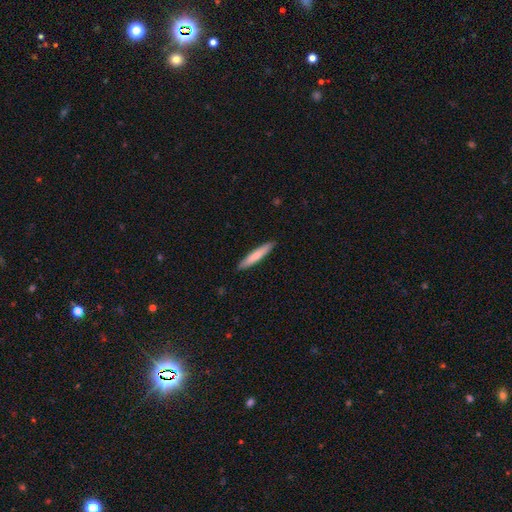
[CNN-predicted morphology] Smooth or featured: smooth — 75% (featured or disk — 21%)
How rounded: cigar-shaped — 93% (in between — 6%)
Merging: none — 91% (minor disturbance — 7%)